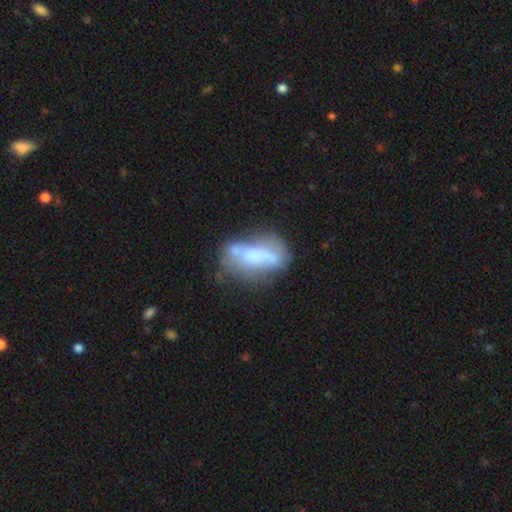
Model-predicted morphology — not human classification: Smooth or featured? smooth (47%)
Merging? none (32%)